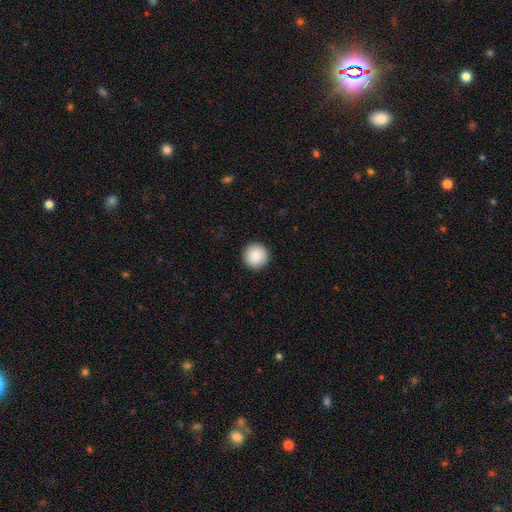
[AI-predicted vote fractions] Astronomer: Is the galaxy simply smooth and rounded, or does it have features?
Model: smooth — 89%.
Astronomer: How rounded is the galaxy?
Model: round — 96%.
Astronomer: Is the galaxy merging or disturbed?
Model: none — 93%.